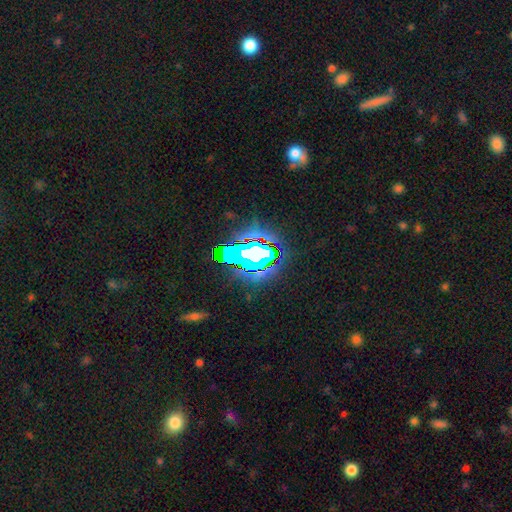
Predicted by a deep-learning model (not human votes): This appears to be a star or artifact, not a galaxy (65%).